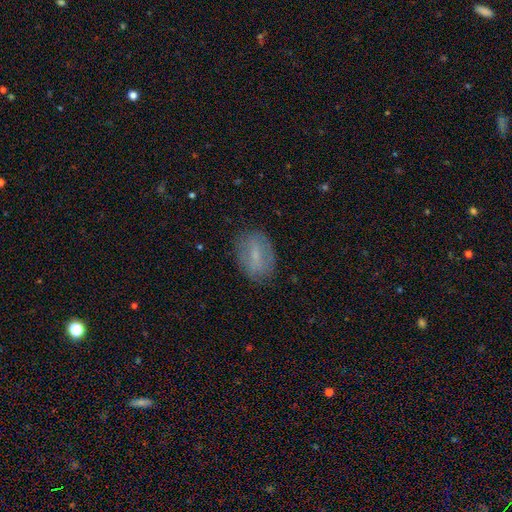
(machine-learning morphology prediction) Smooth or featured? smooth (58%)
How rounded? in between (82%)
Merging? none (79%)